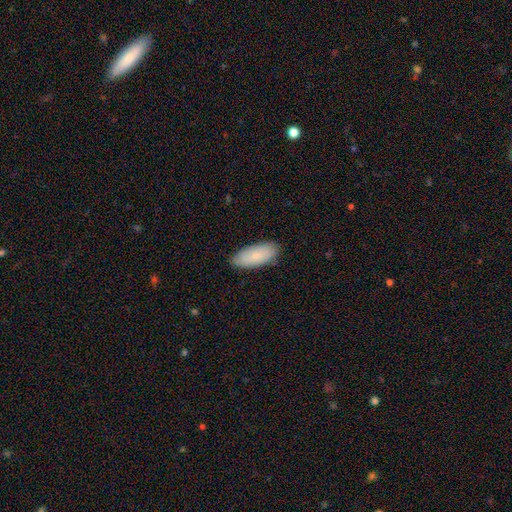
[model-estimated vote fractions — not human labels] Morphology: type=smooth (80%); roundness=in between (85%); merging=none (83%).